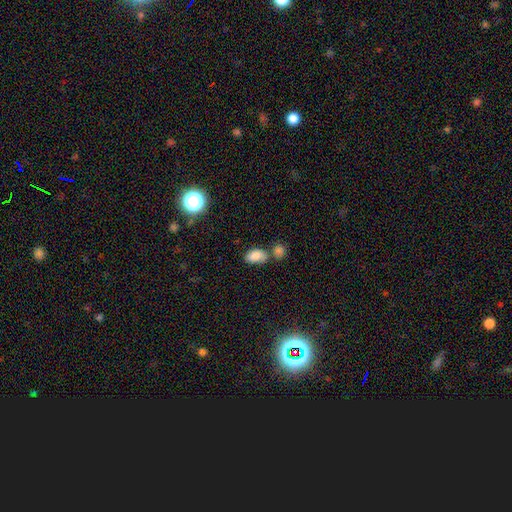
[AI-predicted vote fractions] The model was most divided on "merging": none: 51%, merger: 28%, minor disturbance: 16%, major disturbance: 5%. More confident: how rounded — in between (89%); smooth or featured — smooth (84%).